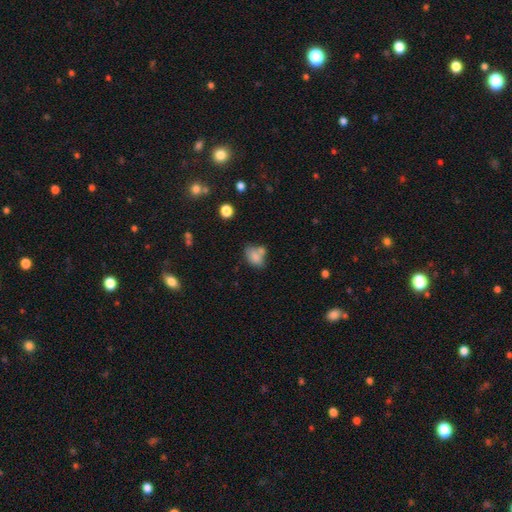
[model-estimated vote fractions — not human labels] smooth 78%, featured or disk 11%, star or artifact 10%. Down the decision tree: how rounded — in between (71%); merging — none (41%).